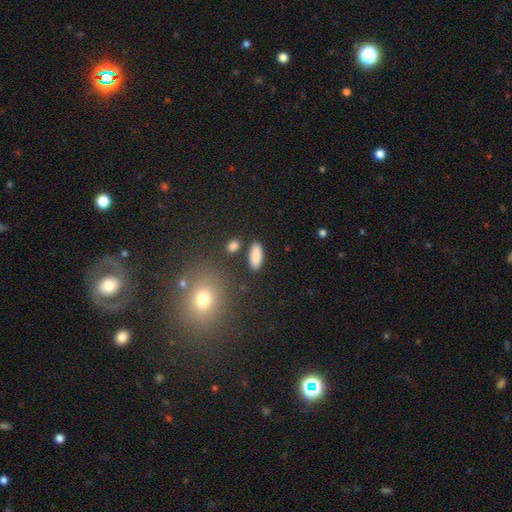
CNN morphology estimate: This is clearly a smooth galaxy (87%). How rounded: likely in between (74%). Merging: clearly none (84%).